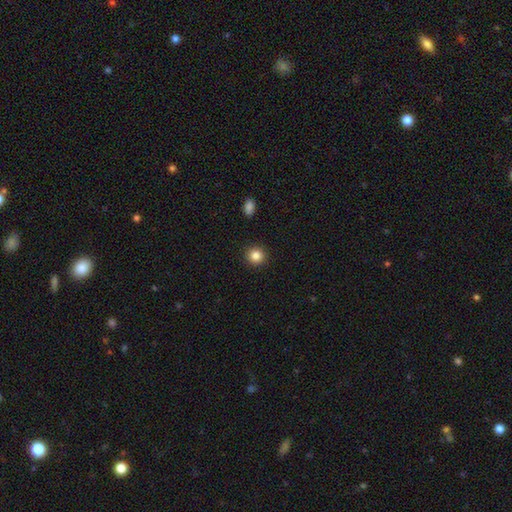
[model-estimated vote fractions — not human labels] smooth 84%, star or artifact 10%, featured or disk 5%. Down the decision tree: how rounded — round (92%); merging — none (93%).